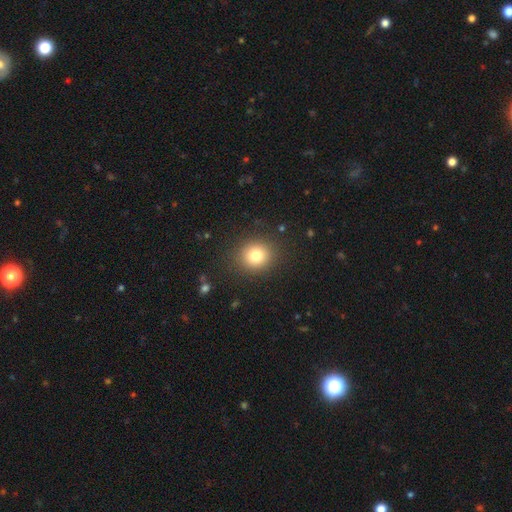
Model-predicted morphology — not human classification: Smooth or featured?
  - smooth: 79% *
  - star or artifact: 13%
  - featured or disk: 9%
How rounded?
  - round: 83% *
  - in between: 16%
  - cigar-shaped: 1%
Merging?
  - none: 89% *
  - minor disturbance: 7%
  - major disturbance: 3%
  - merger: 1%